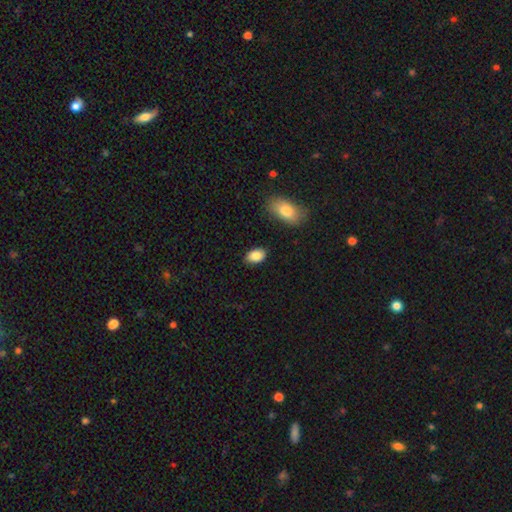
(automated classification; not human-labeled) Morphology: type=smooth (87%); roundness=in between (88%); merging=none (86%).